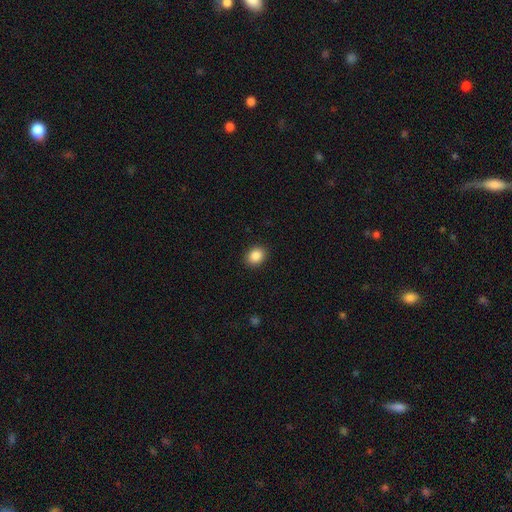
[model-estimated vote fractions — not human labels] smooth_or_featured: smooth (p=0.87) [alt: star or artifact p=0.09]
how_rounded: in between (p=0.52) [alt: round p=0.48]
merging: none (p=0.90) [alt: minor disturbance p=0.07]